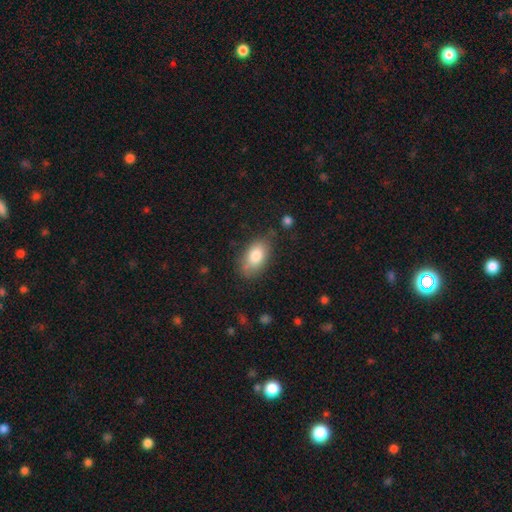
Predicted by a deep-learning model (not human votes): Q: Smooth or featured?
A: smooth (81%); runner-up: featured or disk (12%)
Q: How rounded?
A: in between (92%); runner-up: round (6%)
Q: Merging?
A: none (75%); runner-up: minor disturbance (18%)